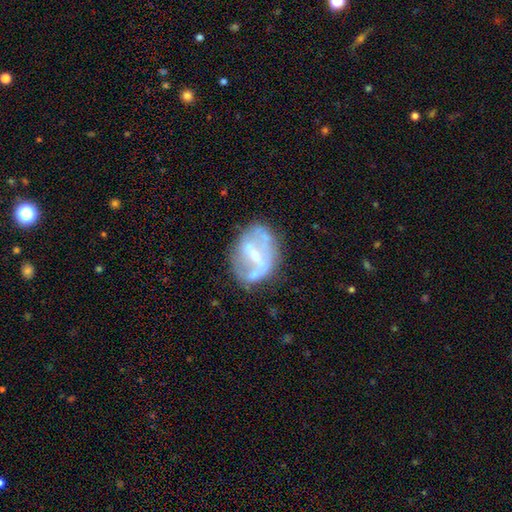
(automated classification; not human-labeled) This is likely a featured or disk galaxy (73%). It is clearly not viewed edge-on (96%). Bar: marginally strong (40%). Spiral arm pattern: likely no (62%). Central bulge: possibly small (48%). Merging: possibly none (56%).